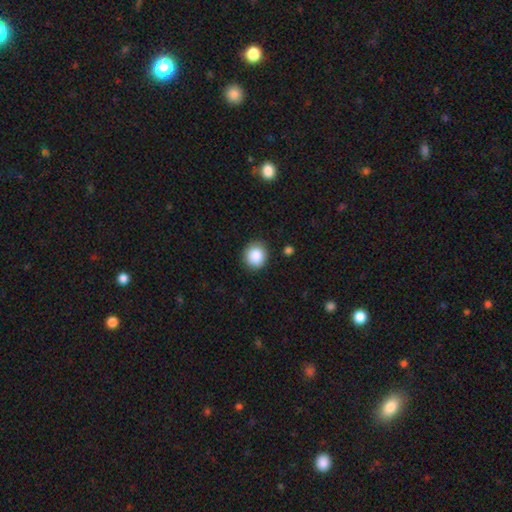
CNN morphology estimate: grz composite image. It shows a smooth galaxy with no disk features (87%) that is round (83%). Merging: none (89%).